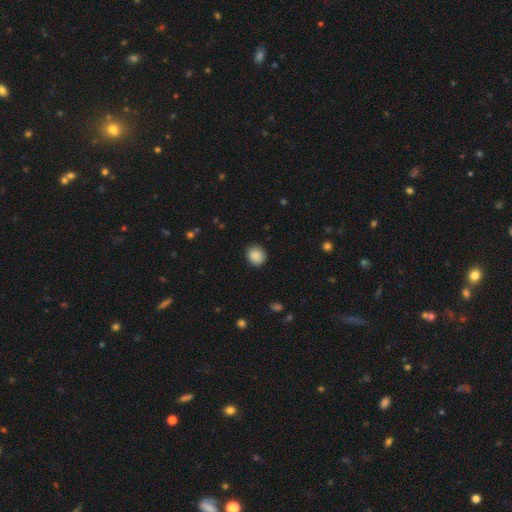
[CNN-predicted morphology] Q: Smooth or featured?
A: smooth (88%); runner-up: star or artifact (9%)
Q: How rounded?
A: round (84%); runner-up: in between (15%)
Q: Merging?
A: none (89%); runner-up: minor disturbance (8%)